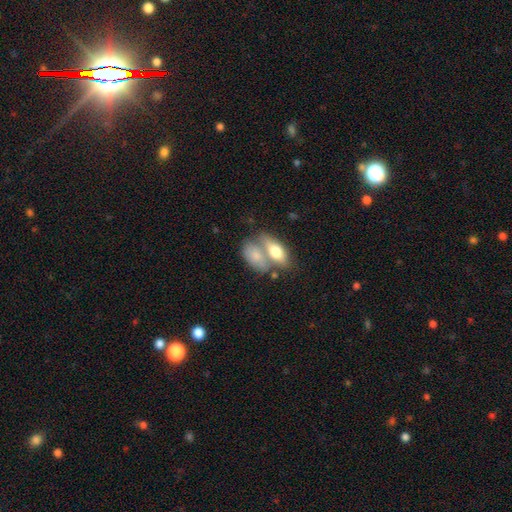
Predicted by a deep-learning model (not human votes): Morphology: type=smooth (73%); roundness=in between (85%); merging=merger (57%).